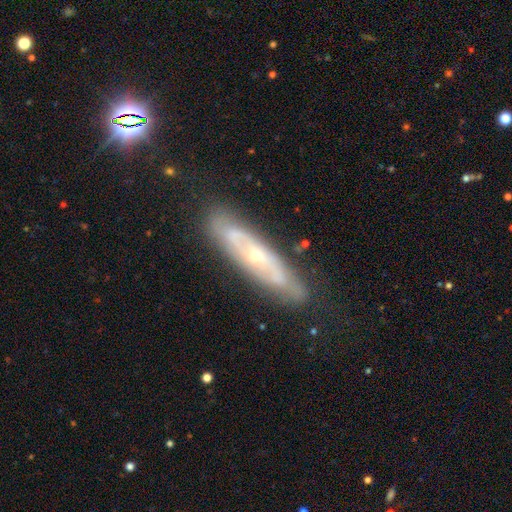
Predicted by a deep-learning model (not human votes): A featured or disk galaxy (74%). Merging: none (79%).